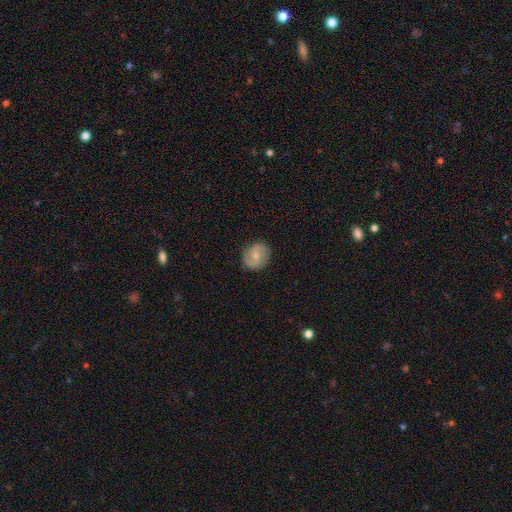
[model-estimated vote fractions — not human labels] The model was most divided on "smooth or featured": smooth: 50%, featured or disk: 43%, star or artifact: 7%. More confident: merging — none (84%).